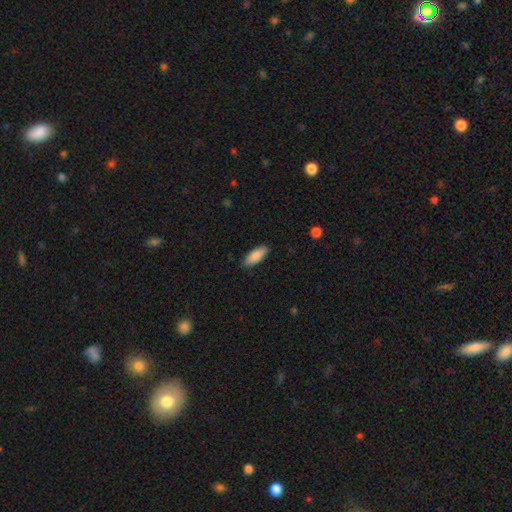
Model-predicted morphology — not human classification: smooth 87%, featured or disk 7%, star or artifact 6%. Down the decision tree: how rounded — in between (72%); merging — none (84%).